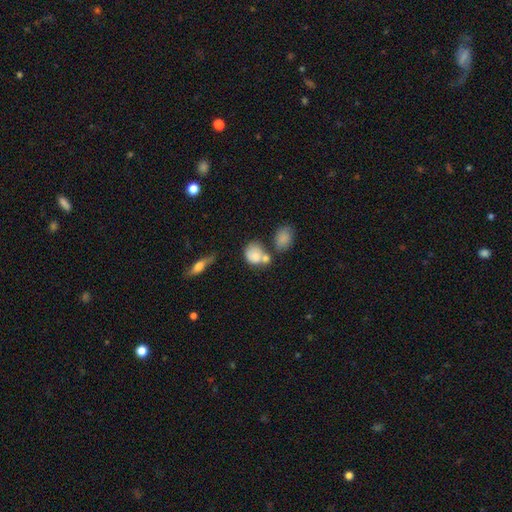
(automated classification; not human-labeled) Overall: smooth (78%). How rounded: round (53%; in between 45%). Merging: merger (40%; none 36%).